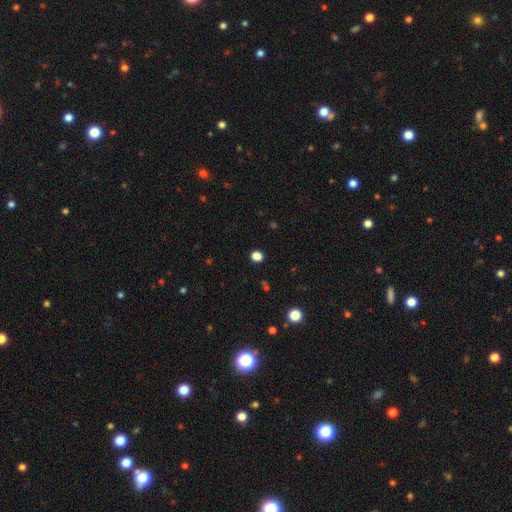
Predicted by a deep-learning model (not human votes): A smooth galaxy with no disk features (77%) that is round (77%).

Vote fractions:
- Smooth or featured? smooth: 77% / star or artifact: 20% / featured or disk: 3%
- How rounded? round: 77% / in between: 22% / cigar-shaped: 1%
- Merging? none: 90% / minor disturbance: 6% / major disturbance: 2% / merger: 2%